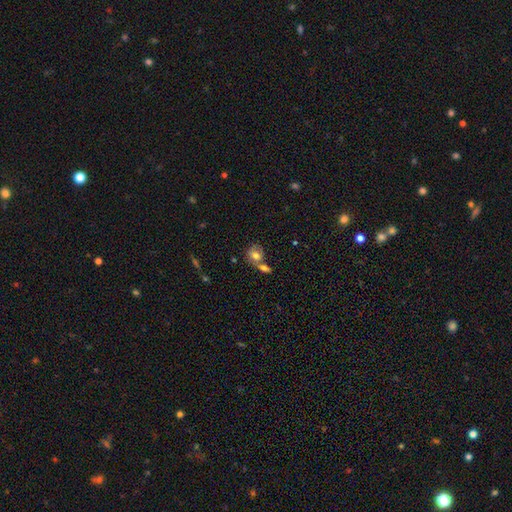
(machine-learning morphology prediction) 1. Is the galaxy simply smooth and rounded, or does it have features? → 71% smooth, 19% featured or disk, 10% star or artifact.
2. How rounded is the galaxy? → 60% round, 38% in between, 2% cigar-shaped.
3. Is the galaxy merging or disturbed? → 42% none, 40% merger, 13% minor disturbance, 6% major disturbance.